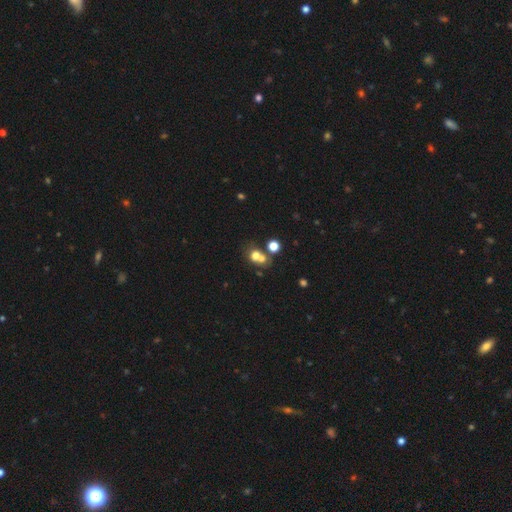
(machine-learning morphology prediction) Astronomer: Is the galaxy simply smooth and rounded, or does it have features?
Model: smooth — 66%.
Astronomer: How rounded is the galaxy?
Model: round — 68%.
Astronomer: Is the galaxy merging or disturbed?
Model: merger — 48% (runner-up: none, 37%).